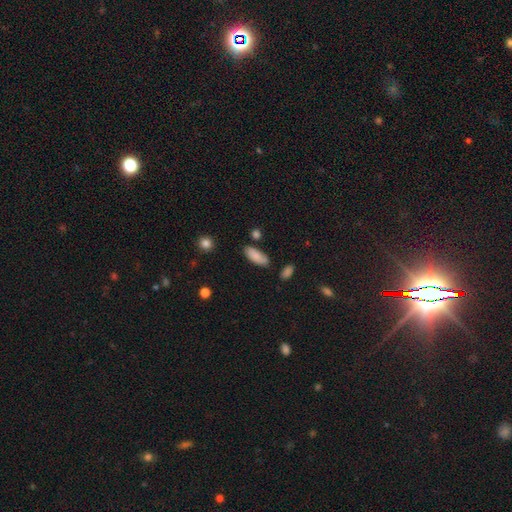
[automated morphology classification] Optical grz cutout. It shows a smooth galaxy with no disk features (85%) that is in between round and cigar-shaped (79%). Merging: none (73%).